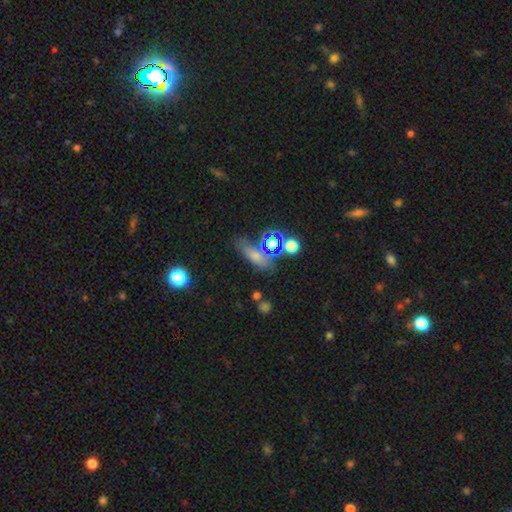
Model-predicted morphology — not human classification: type=smooth (46%); merging=none (58%).